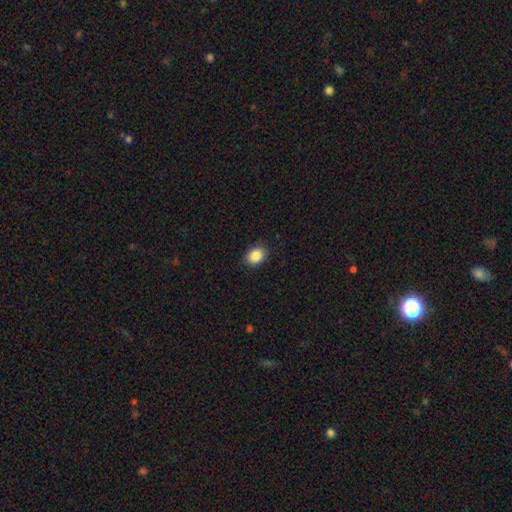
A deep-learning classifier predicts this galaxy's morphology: This appears to be a smooth galaxy with no disk features (88%) that is in between round and cigar-shaped (66%). Merging: none (88%).